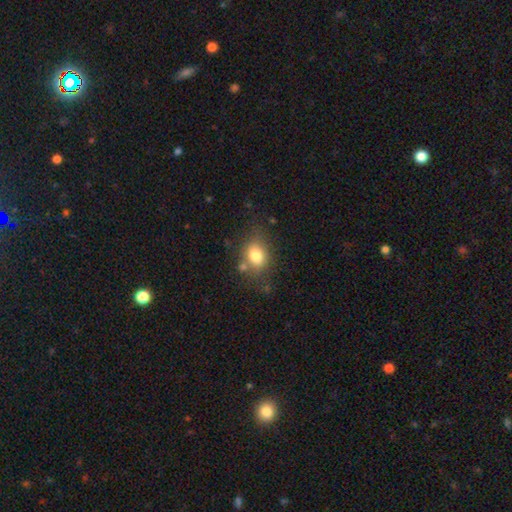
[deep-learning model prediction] smooth 78%, featured or disk 12%, star or artifact 10%. Down the decision tree: how rounded — in between (60%); merging — none (64%).